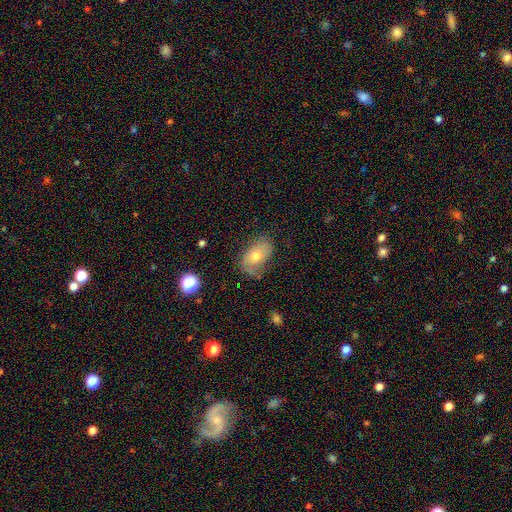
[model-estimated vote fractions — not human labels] smooth-or-featured: smooth: 54% | featured or disk: 38% | star or artifact: 9%
  how-rounded: in between: 88% | round: 11% | cigar-shaped: 2%
  merging: none: 58% | minor disturbance: 27% | major disturbance: 12% | merger: 2%